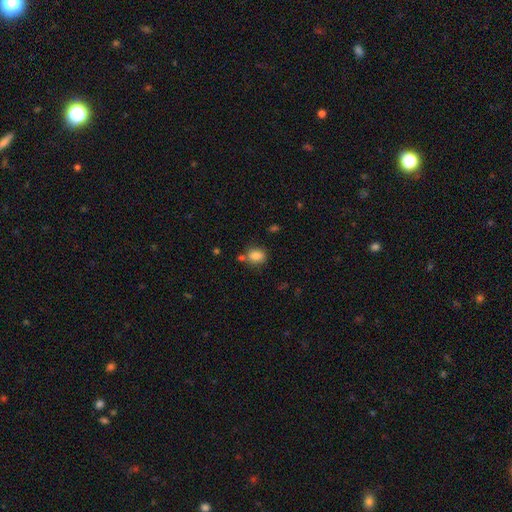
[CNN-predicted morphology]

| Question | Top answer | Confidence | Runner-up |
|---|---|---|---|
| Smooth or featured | smooth | 83% | star or artifact (10%) |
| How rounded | round | 51% | in between (48%) |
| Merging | none | 69% | minor disturbance (15%) |